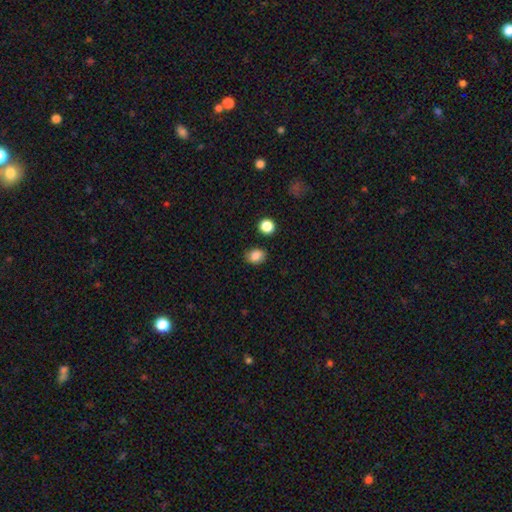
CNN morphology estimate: Smooth or featured? Predicted: smooth (p=0.85). How rounded? Predicted: in between (p=0.56). Merging? Predicted: none (p=0.81).